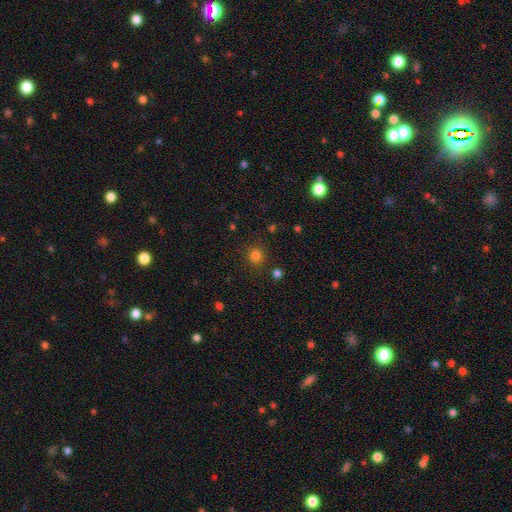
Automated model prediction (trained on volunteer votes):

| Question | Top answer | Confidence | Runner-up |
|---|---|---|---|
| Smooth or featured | smooth | 81% | star or artifact (15%) |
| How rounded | round | 92% | in between (7%) |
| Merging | none | 88% | minor disturbance (7%) |